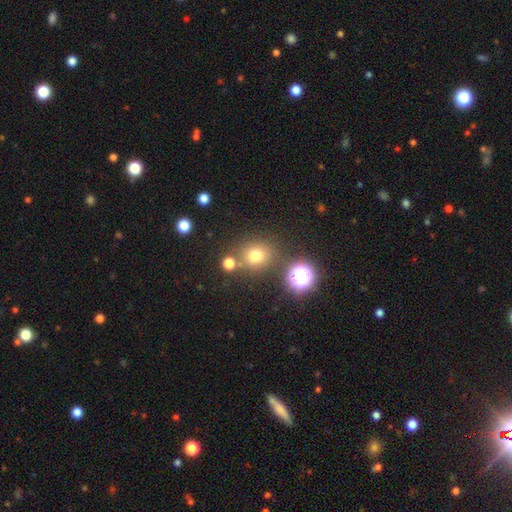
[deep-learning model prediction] A smooth galaxy with no disk features (70%) that is round (79%).

Vote fractions:
- Smooth or featured? smooth: 70% / star or artifact: 22% / featured or disk: 8%
- How rounded? round: 79% / in between: 20% / cigar-shaped: 1%
- Merging? none: 75% / minor disturbance: 10% / merger: 10% / major disturbance: 4%